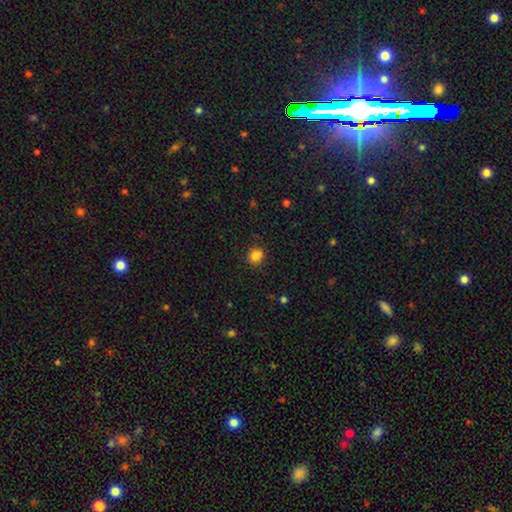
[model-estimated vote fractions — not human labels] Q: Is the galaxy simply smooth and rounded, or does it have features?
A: smooth — 83%.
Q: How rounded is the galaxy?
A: round — 74%.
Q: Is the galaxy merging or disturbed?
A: none — 81%.